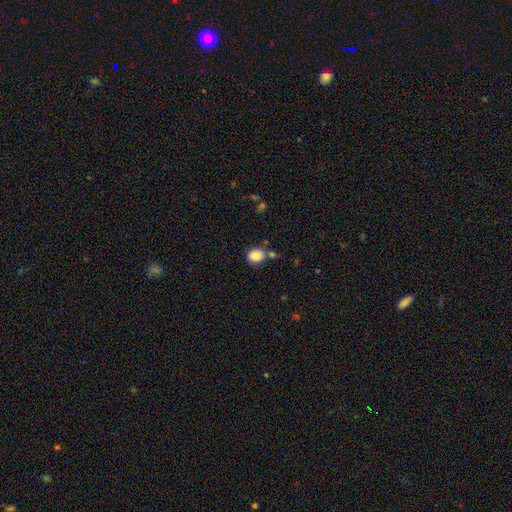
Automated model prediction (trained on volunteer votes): A smooth galaxy with no disk features (87%) that is round (67%).

Vote fractions:
- Smooth or featured? smooth: 87% / star or artifact: 9% / featured or disk: 4%
- How rounded? round: 67% / in between: 32% / cigar-shaped: 1%
- Merging? none: 68% / minor disturbance: 15% / merger: 12% / major disturbance: 4%